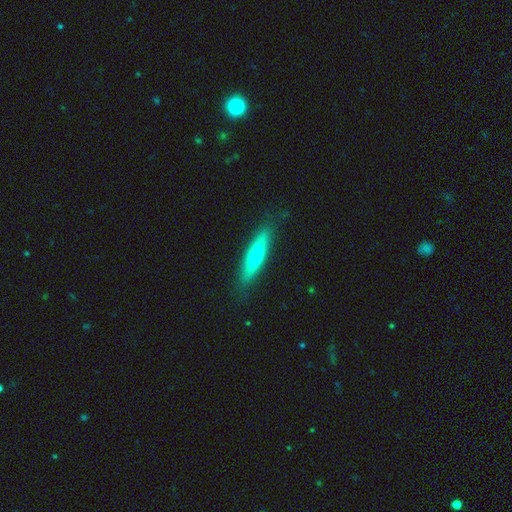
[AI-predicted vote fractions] Q: Smooth or featured?
A: smooth (55%); runner-up: featured or disk (39%)
Q: How rounded?
A: cigar-shaped (80%); runner-up: in between (18%)
Q: Merging?
A: none (86%); runner-up: minor disturbance (11%)